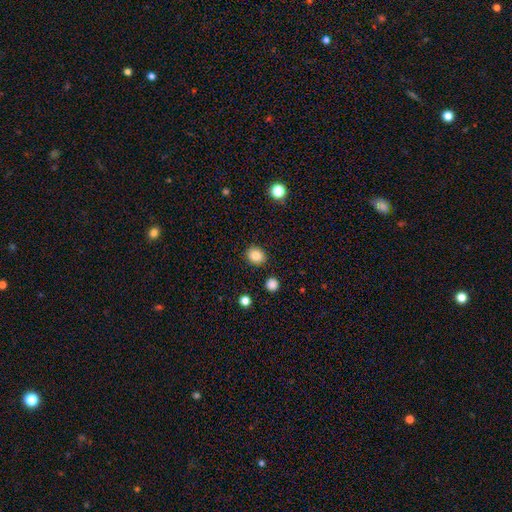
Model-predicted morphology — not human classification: Smooth or featured: smooth — 85% (star or artifact — 10%)
How rounded: round — 64% (in between — 36%)
Merging: none — 88% (minor disturbance — 8%)